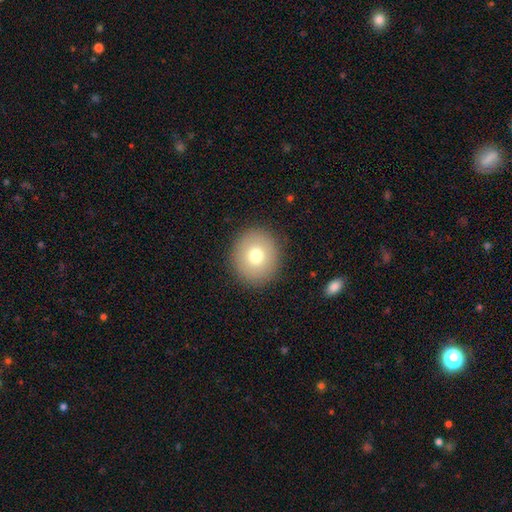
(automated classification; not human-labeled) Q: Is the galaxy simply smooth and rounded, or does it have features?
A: smooth — 75%.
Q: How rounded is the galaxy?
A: round — 85%.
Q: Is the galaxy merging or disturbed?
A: none — 90%.